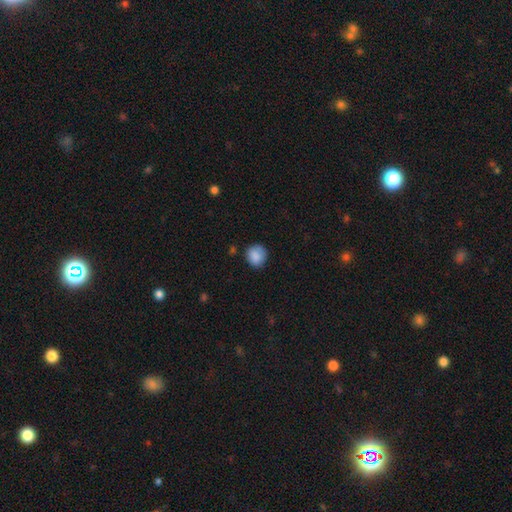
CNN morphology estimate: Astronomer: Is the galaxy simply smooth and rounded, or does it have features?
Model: smooth — 86%.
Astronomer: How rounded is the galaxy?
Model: round — 83%.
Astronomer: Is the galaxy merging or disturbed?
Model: none — 76%.